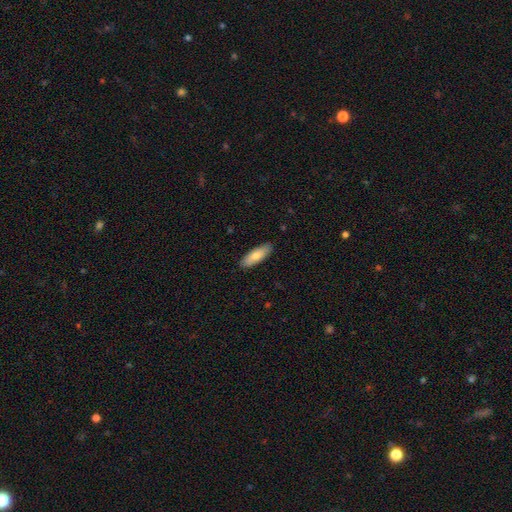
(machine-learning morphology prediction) Overall: smooth (80%). How rounded: in between (59%; cigar-shaped 39%). Merging: none (88%).